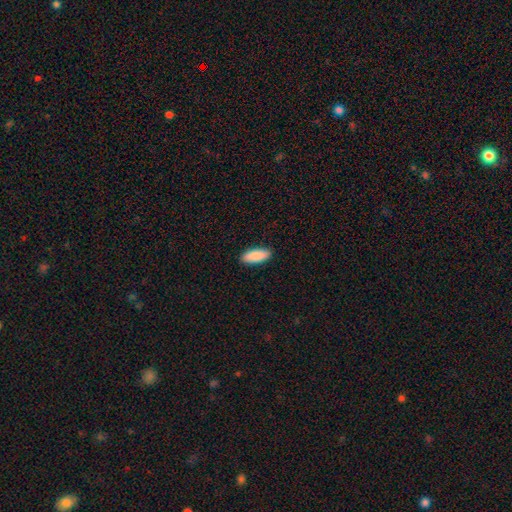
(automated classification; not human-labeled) The model was most divided on "how rounded": in between: 78%, cigar-shaped: 21%, round: 2%. More confident: merging — none (90%); smooth or featured — smooth (90%).